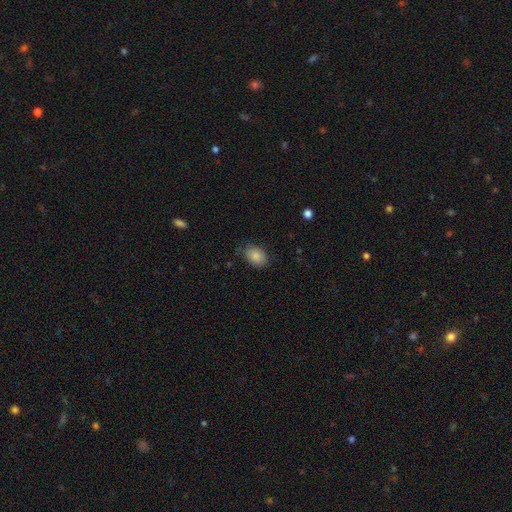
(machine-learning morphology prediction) Q: Smooth or featured?
A: smooth (87%); runner-up: star or artifact (7%)
Q: How rounded?
A: in between (75%); runner-up: round (24%)
Q: Merging?
A: none (76%); runner-up: minor disturbance (19%)